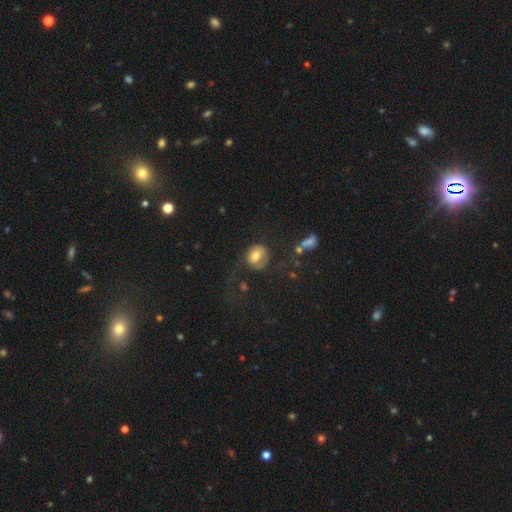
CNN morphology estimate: This appears to be a smooth galaxy with no disk features (65%) that is round (71%). Merging: none (43%).